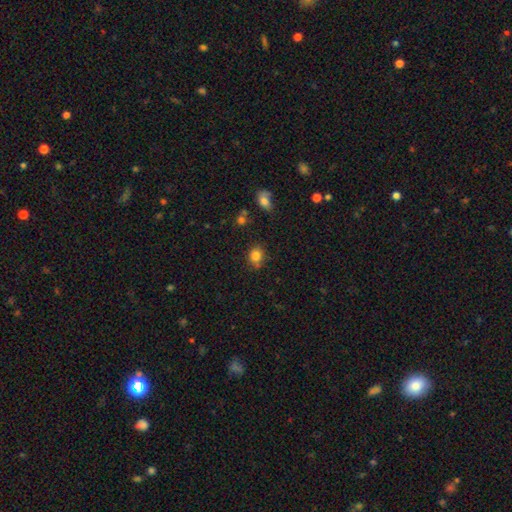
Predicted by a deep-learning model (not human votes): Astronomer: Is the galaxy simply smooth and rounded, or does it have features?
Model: smooth — 83%.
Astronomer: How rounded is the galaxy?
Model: round — 61% (runner-up: in between, 38%).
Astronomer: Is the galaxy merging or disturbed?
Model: none — 72%.